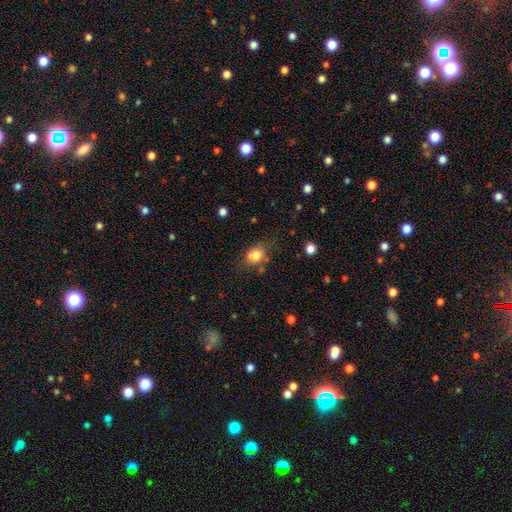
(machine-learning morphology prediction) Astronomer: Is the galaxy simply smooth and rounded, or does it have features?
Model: smooth — 78%.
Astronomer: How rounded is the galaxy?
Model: in between — 61% (runner-up: round, 38%).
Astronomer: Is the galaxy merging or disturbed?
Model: none — 54%.